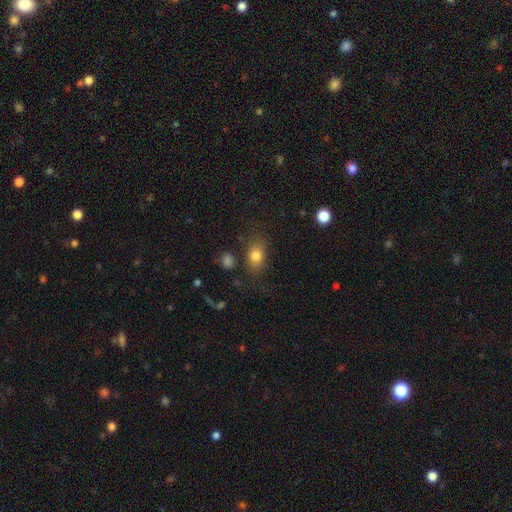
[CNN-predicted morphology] smooth 79%, star or artifact 11%, featured or disk 10%. Down the decision tree: how rounded — in between (71%); merging — none (75%).